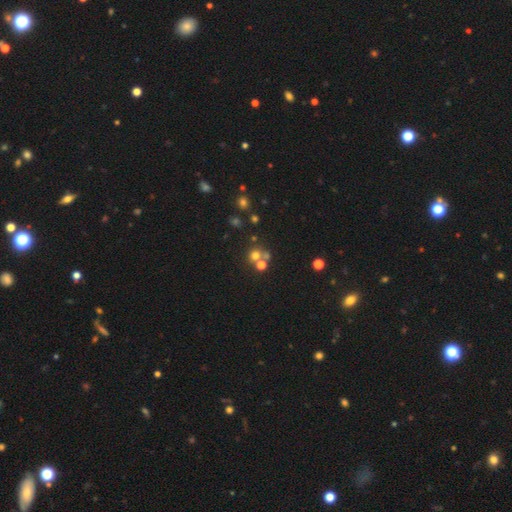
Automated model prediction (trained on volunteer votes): The model was most divided on "merging": none: 55%, merger: 33%, minor disturbance: 8%, major disturbance: 5%. More confident: how rounded — round (87%); smooth or featured — smooth (61%).